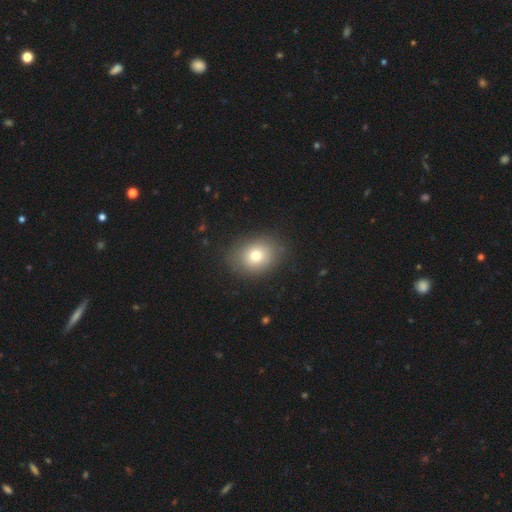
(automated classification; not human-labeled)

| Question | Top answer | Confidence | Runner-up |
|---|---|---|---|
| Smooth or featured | smooth | 75% | featured or disk (13%) |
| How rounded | in between | 56% | round (43%) |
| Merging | none | 84% | minor disturbance (11%) |